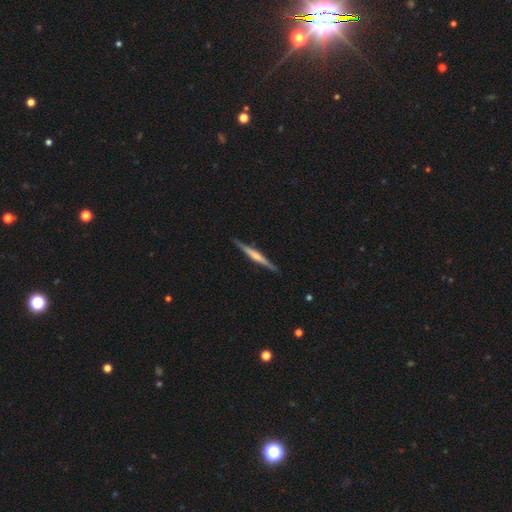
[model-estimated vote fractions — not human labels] This is likely a featured or disk galaxy (65%). It is clearly viewed edge-on (98%). Edge-on bulge: possibly rounded (50%). Merging: clearly none (90%).